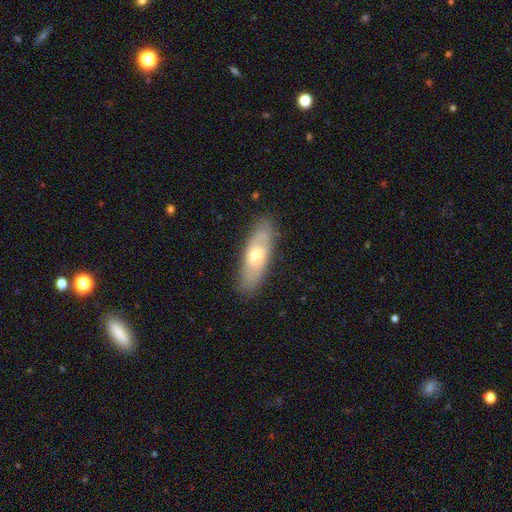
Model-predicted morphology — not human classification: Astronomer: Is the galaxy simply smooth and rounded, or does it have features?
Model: smooth — 57% (runner-up: featured or disk, 36%).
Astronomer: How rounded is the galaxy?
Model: in between — 60% (runner-up: cigar-shaped, 37%).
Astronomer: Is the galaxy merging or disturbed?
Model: none — 84%.